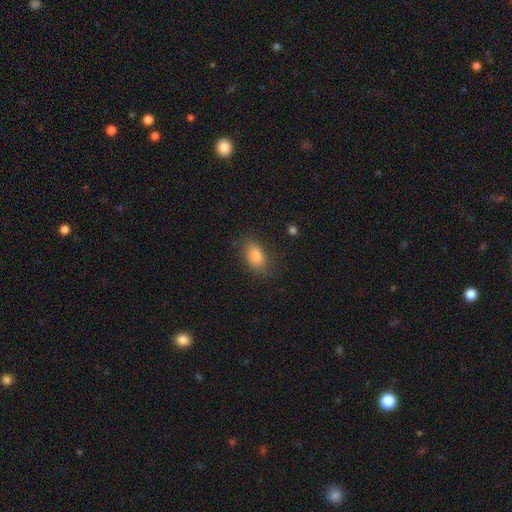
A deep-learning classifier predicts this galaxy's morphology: smooth 83%, star or artifact 9%, featured or disk 8%. Down the decision tree: how rounded — in between (87%); merging — none (80%).